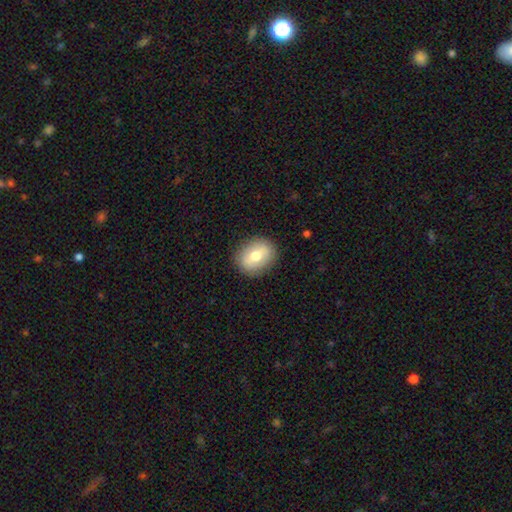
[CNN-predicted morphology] smooth_or_featured: smooth (p=0.63) [alt: featured or disk p=0.30]
how_rounded: in between (p=0.50) [alt: round p=0.48]
merging: none (p=0.87) [alt: minor disturbance p=0.09]